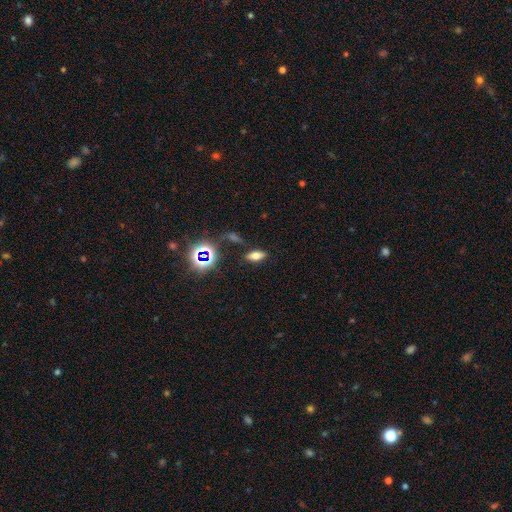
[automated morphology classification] smooth-or-featured: smooth: 61% | star or artifact: 22% | featured or disk: 17%
  how-rounded: in between: 78% | cigar-shaped: 16% | round: 6%
  merging: none: 80% | minor disturbance: 11% | major disturbance: 4% | merger: 4%